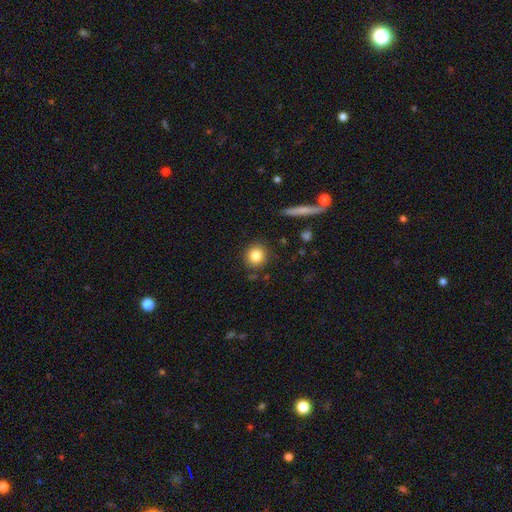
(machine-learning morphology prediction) Smooth or featured? smooth (84%)
How rounded? round (89%)
Merging? none (87%)